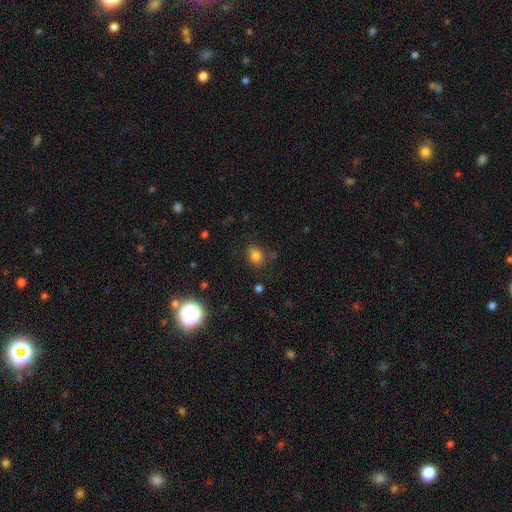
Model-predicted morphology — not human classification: Overall: smooth (79%). How rounded: round (62%; in between 37%). Merging: none (77%).